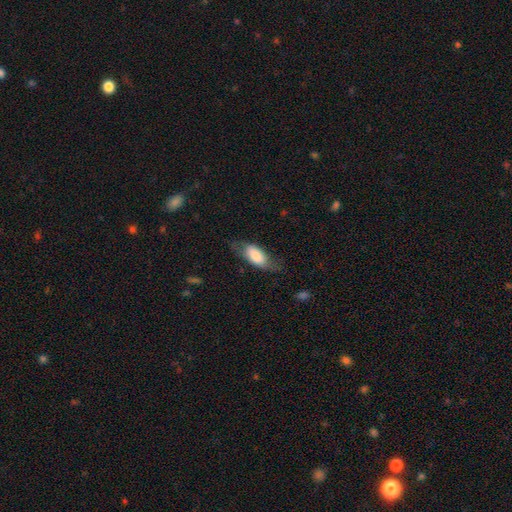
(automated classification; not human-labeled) smooth 72%, featured or disk 21%, star or artifact 6%. Down the decision tree: how rounded — in between (84%); merging — none (57%).